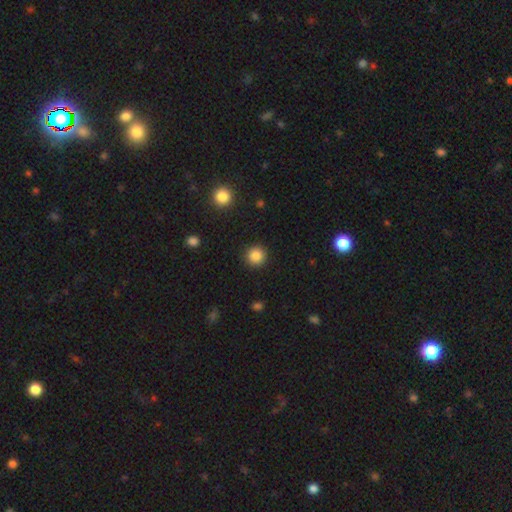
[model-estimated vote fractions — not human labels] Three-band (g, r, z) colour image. It shows a smooth galaxy with no disk features (86%) that is round (95%). Merging: none (92%).